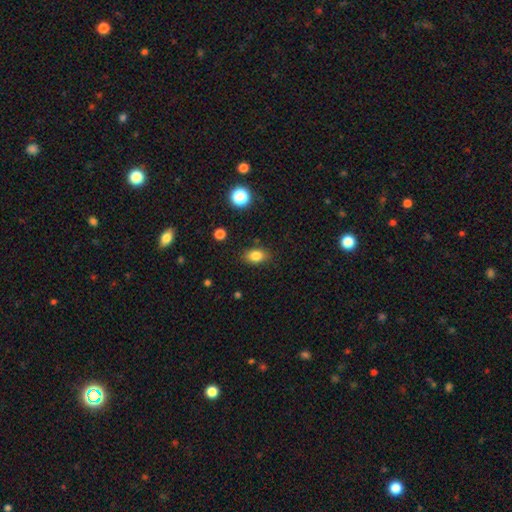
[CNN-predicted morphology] A smooth galaxy with no disk features (84%) that is in between round and cigar-shaped (81%). Merging: none (85%).